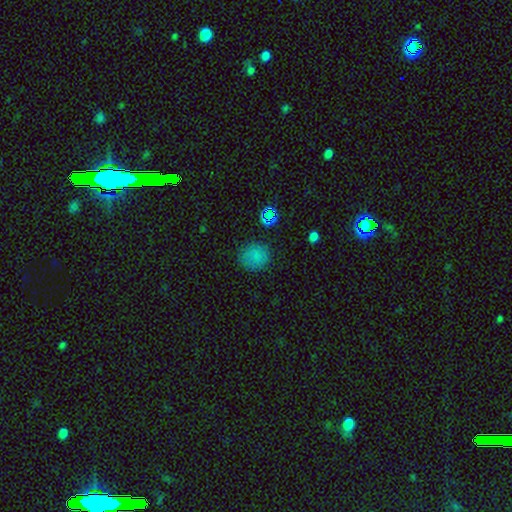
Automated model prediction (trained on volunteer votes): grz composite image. It shows a smooth galaxy with no disk features (77%) that is round (81%). Merging: none (83%).